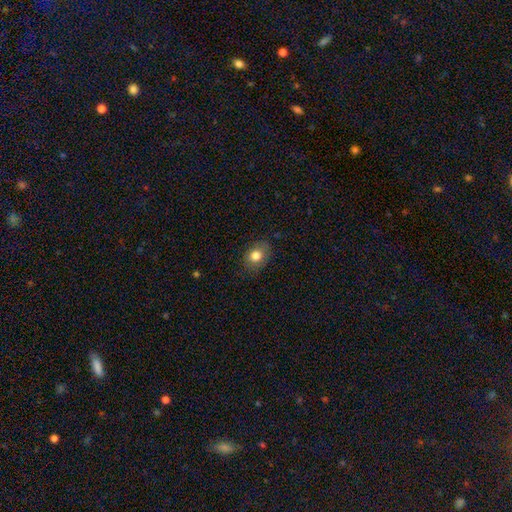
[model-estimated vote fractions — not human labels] Q: Smooth or featured?
A: smooth (79%); runner-up: featured or disk (12%)
Q: How rounded?
A: in between (56%); runner-up: round (43%)
Q: Merging?
A: none (78%); runner-up: minor disturbance (16%)